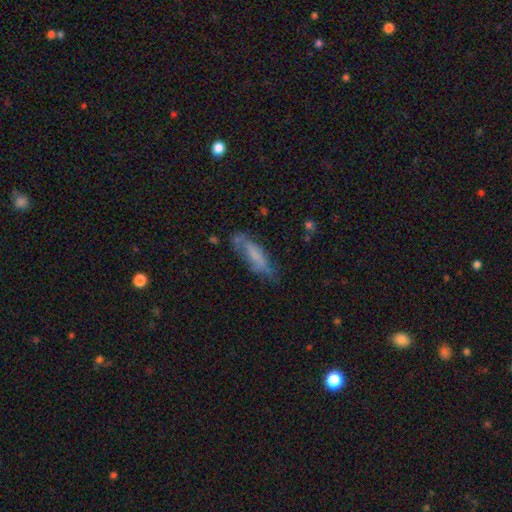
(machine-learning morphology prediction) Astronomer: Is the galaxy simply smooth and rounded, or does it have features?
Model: smooth — 53% (runner-up: featured or disk, 38%).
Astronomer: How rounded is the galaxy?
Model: in between — 54% (runner-up: cigar-shaped, 44%).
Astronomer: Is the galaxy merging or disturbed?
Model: none — 50% (runner-up: minor disturbance, 28%).